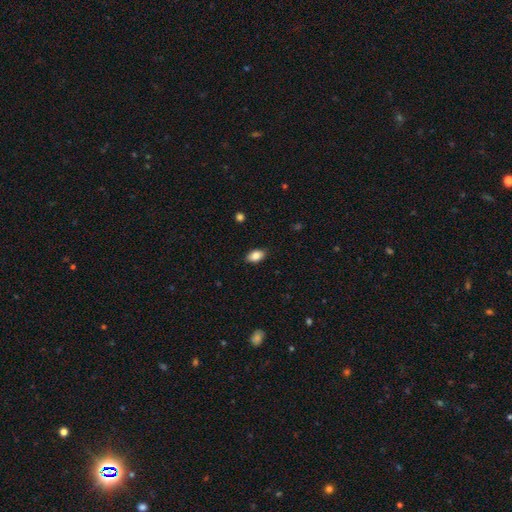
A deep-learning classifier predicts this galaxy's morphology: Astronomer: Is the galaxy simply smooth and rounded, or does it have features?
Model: smooth — 85%.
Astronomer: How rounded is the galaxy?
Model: in between — 90%.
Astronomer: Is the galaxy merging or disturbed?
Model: none — 87%.